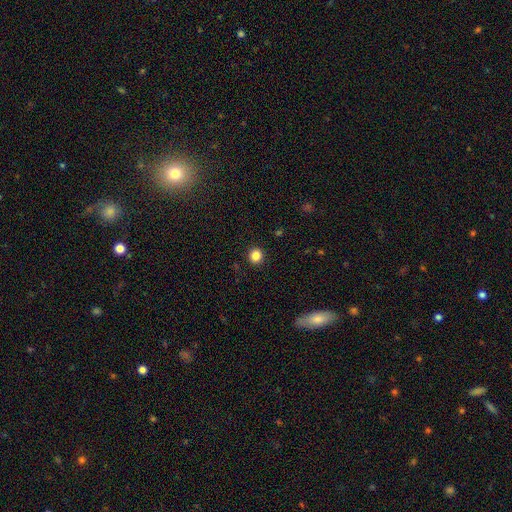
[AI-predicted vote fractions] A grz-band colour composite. It shows a smooth galaxy with no disk features (85%) that is round (92%). Merging: none (92%).